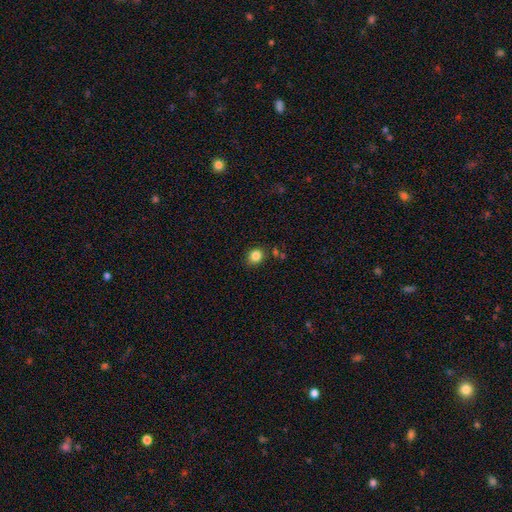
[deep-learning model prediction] Overall: smooth (84%). How rounded: round (72%). Merging: none (81%).